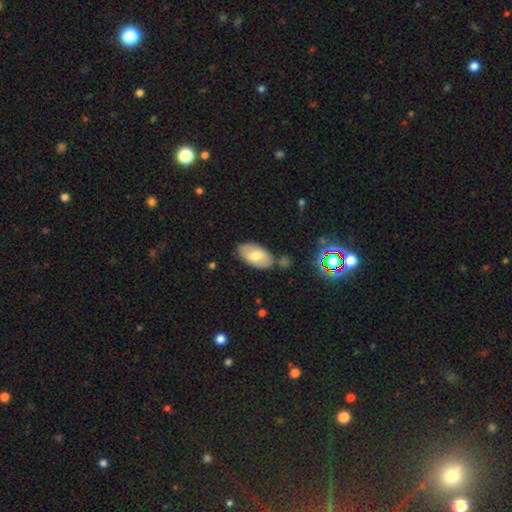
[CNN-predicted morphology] Smooth or featured? smooth (68%)
How rounded? in between (94%)
Merging? none (76%)